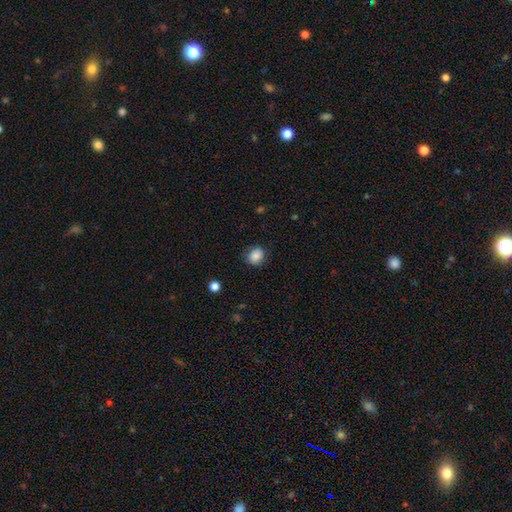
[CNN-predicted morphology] Smooth or featured?
  - smooth: 85% *
  - star or artifact: 9%
  - featured or disk: 5%
How rounded?
  - round: 71% *
  - in between: 28%
  - cigar-shaped: 1%
Merging?
  - none: 79% *
  - minor disturbance: 16%
  - major disturbance: 4%
  - merger: 1%